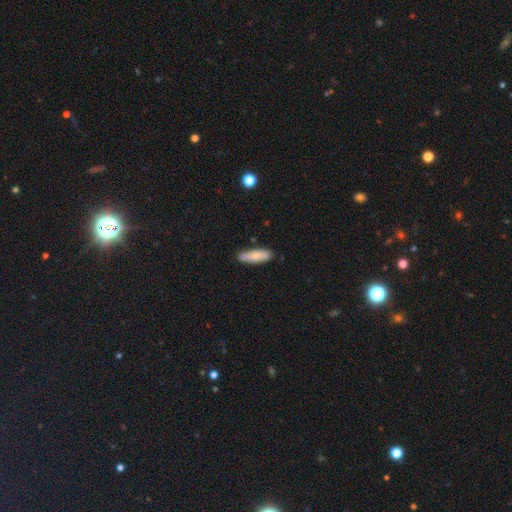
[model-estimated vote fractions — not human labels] The model was most divided on "how rounded": cigar-shaped: 50%, in between: 48%, round: 2%. More confident: merging — none (81%); smooth or featured — smooth (65%).